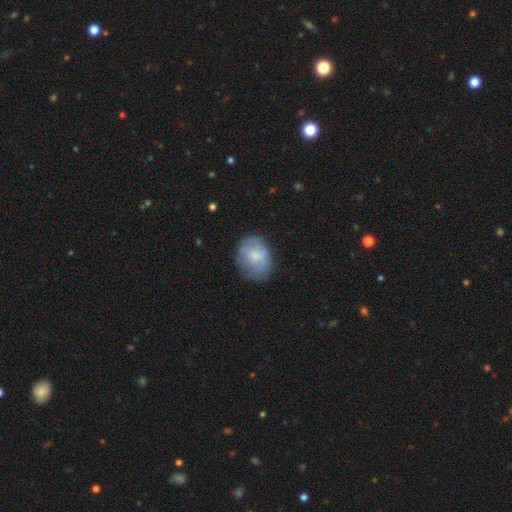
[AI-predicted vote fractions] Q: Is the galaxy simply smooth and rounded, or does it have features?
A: smooth — 73%.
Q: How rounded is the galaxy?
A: in between — 65%.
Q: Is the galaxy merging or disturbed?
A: none — 70%.